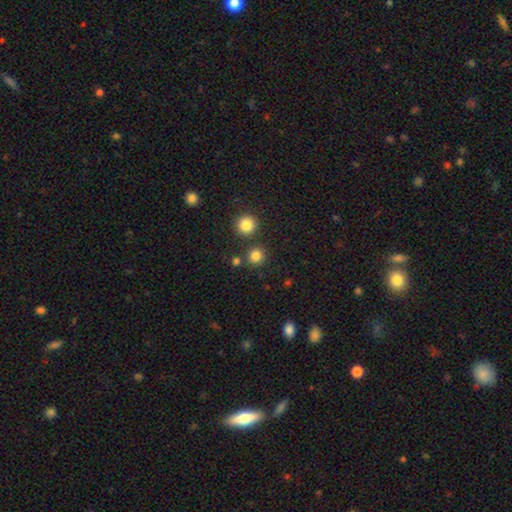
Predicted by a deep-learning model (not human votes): Smooth or featured: smooth — 81% (star or artifact — 14%)
How rounded: round — 91% (in between — 8%)
Merging: none — 84% (merger — 7%)